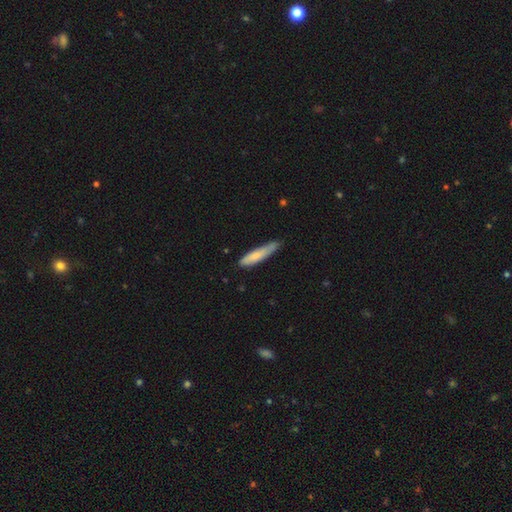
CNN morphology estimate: smooth-or-featured: smooth: 72% | featured or disk: 22% | star or artifact: 5%
  how-rounded: cigar-shaped: 84% | in between: 15% | round: 1%
  merging: none: 61% | minor disturbance: 31% | major disturbance: 5% | merger: 3%